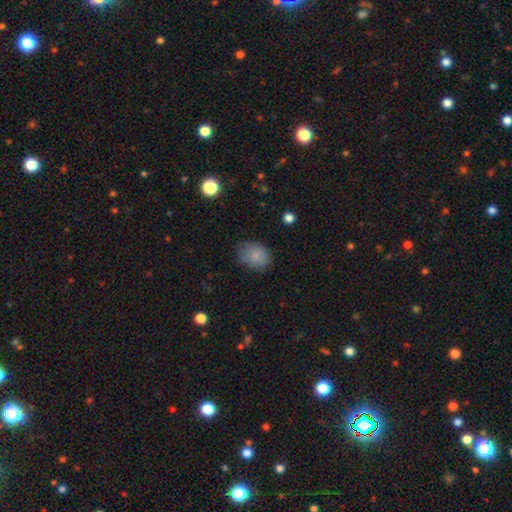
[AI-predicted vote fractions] This is clearly a smooth galaxy (84%). How rounded: possibly in between (59%). Merging: likely none (73%).